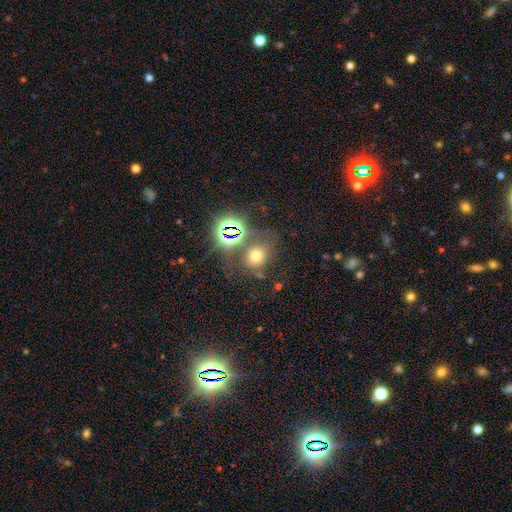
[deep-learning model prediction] A smooth galaxy with no disk features (55%) that is round (62%). Merging: none (65%).